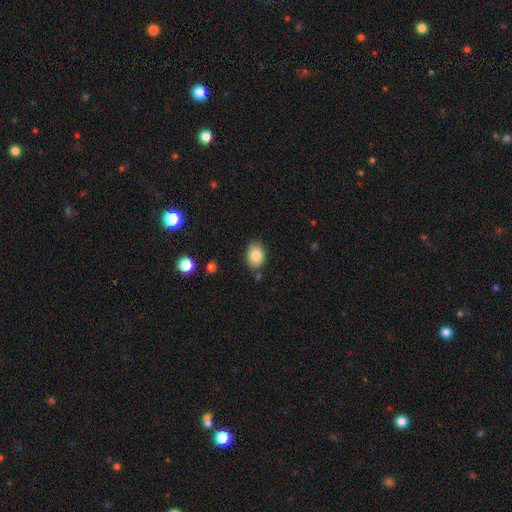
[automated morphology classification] Smooth or featured?
  - smooth: 83% *
  - star or artifact: 9%
  - featured or disk: 8%
How rounded?
  - in between: 72% *
  - round: 27%
  - cigar-shaped: 1%
Merging?
  - none: 79% *
  - minor disturbance: 15%
  - merger: 3%
  - major disturbance: 3%